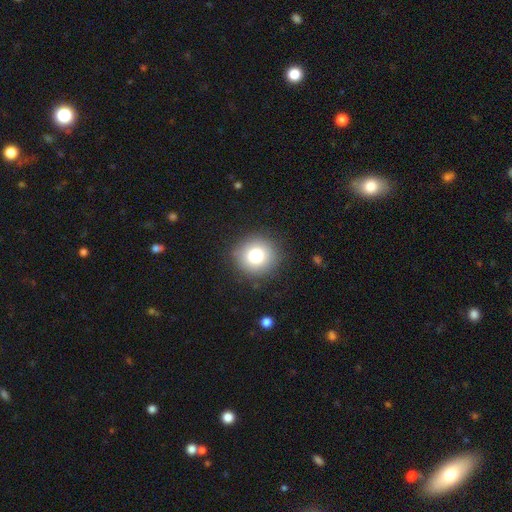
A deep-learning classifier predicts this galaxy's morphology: Overall: smooth (78%). How rounded: round (90%). Merging: none (89%).